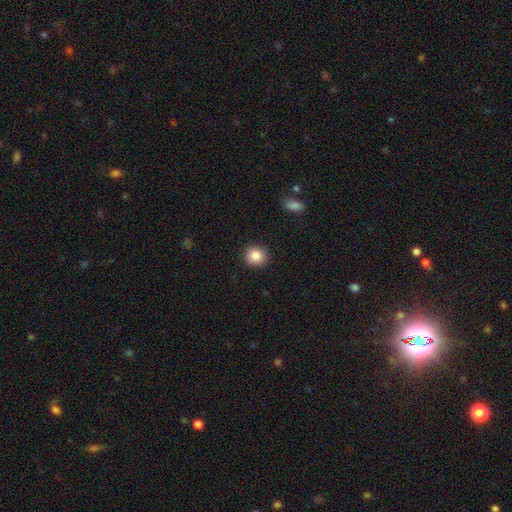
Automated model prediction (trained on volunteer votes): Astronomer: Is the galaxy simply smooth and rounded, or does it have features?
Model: smooth — 86%.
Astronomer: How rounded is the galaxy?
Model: round — 86%.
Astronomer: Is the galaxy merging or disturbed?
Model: none — 91%.